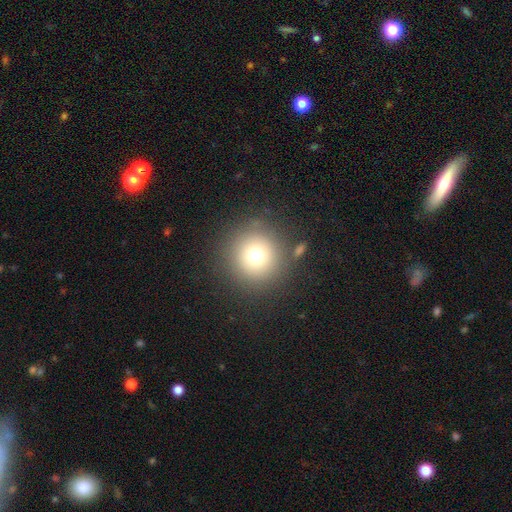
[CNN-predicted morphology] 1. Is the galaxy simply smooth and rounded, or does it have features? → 72% smooth, 16% star or artifact, 12% featured or disk.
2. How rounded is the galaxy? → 95% round, 4% in between, 1% cigar-shaped.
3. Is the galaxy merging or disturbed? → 83% none, 8% minor disturbance, 5% merger, 4% major disturbance.